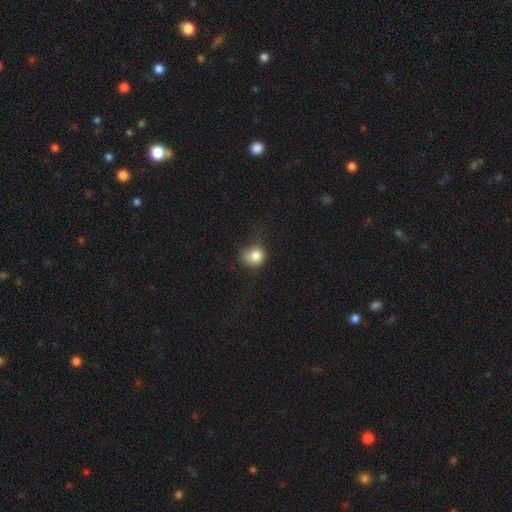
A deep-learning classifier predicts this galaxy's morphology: smooth 81%, star or artifact 11%, featured or disk 8%. Down the decision tree: how rounded — round (70%); merging — none (45%).